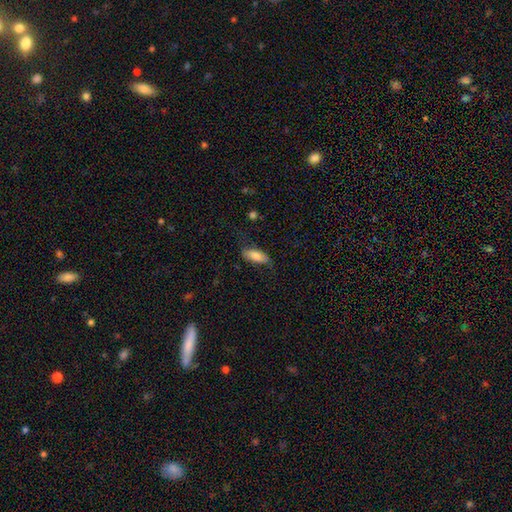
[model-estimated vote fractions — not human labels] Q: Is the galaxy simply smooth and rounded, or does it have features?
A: smooth — 79%.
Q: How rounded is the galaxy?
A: in between — 77%.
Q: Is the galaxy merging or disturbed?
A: none — 65%.